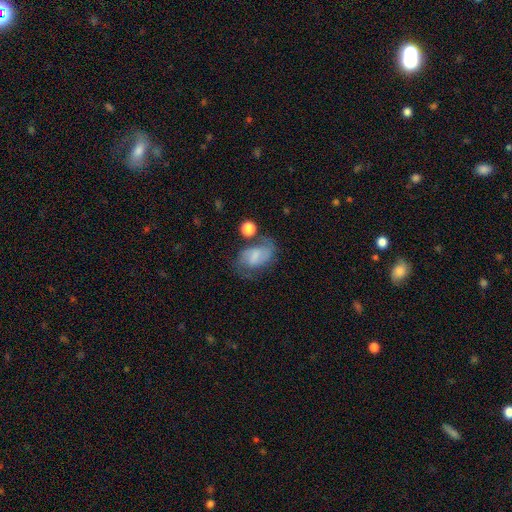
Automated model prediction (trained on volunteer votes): smooth_or_featured: smooth (p=0.46) [alt: featured or disk p=0.44]
merging: none (p=0.47) [alt: minor disturbance p=0.25]